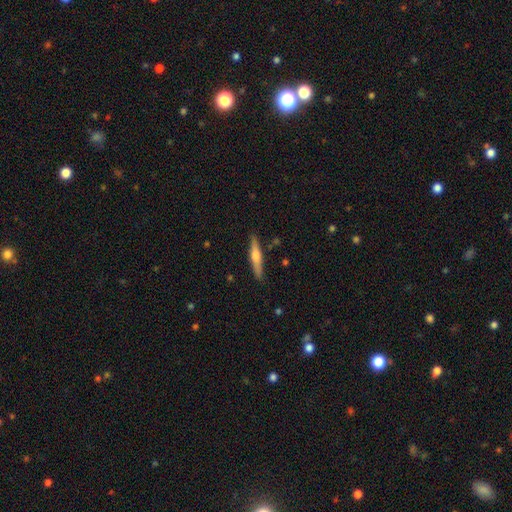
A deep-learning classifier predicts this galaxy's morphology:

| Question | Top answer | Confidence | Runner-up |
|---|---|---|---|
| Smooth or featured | featured or disk | 55% | smooth (39%) |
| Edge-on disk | yes | 96% | no (4%) |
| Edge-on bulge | rounded | 86% | boxy (7%) |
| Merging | none | 88% | minor disturbance (8%) |